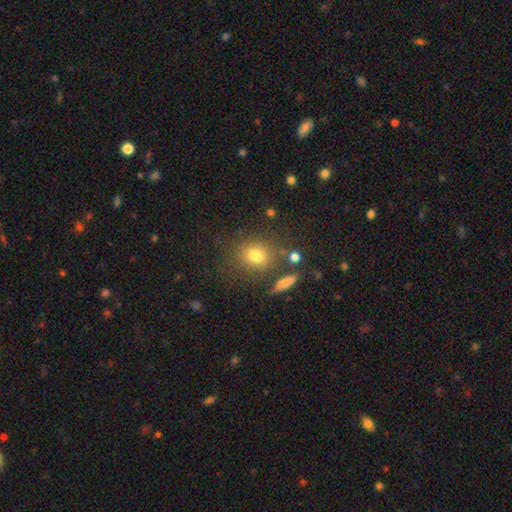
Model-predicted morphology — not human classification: Overall: smooth (76%). How rounded: round (65%; in between 33%). Merging: none (72%).